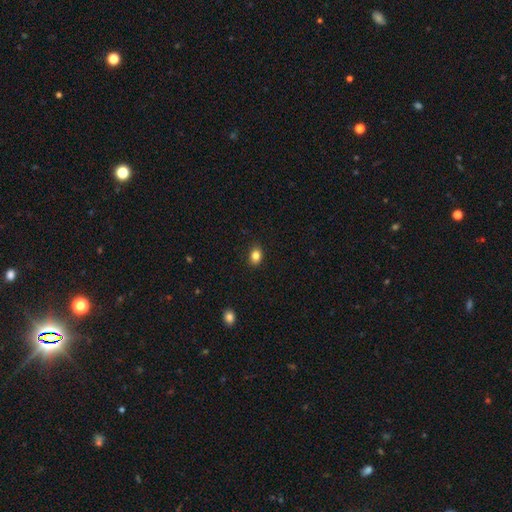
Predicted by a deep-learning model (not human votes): A smooth galaxy with no disk features (84%) that is in between round and cigar-shaped (60%). Merging: none (88%).